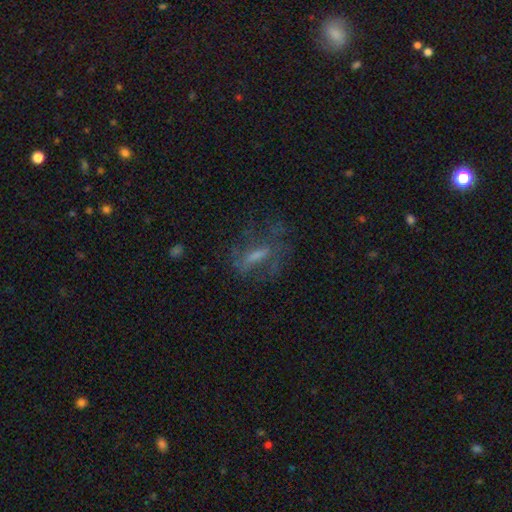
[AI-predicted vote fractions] This appears to be a featured or disk galaxy (53%). Merging: none (54%).